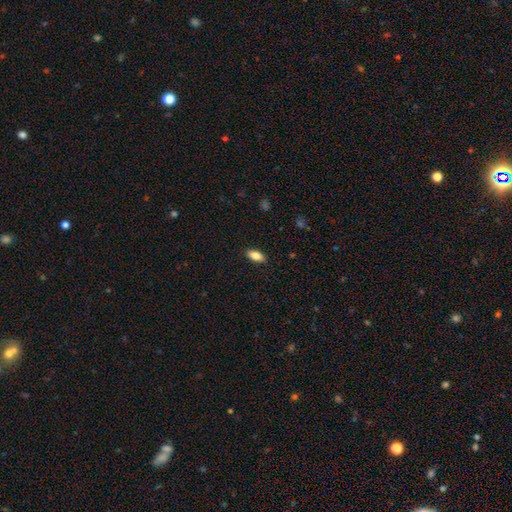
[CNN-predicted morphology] The model was most divided on "smooth or featured": smooth: 81%, featured or disk: 11%, star or artifact: 7%. More confident: merging — none (88%); how rounded — in between (85%).